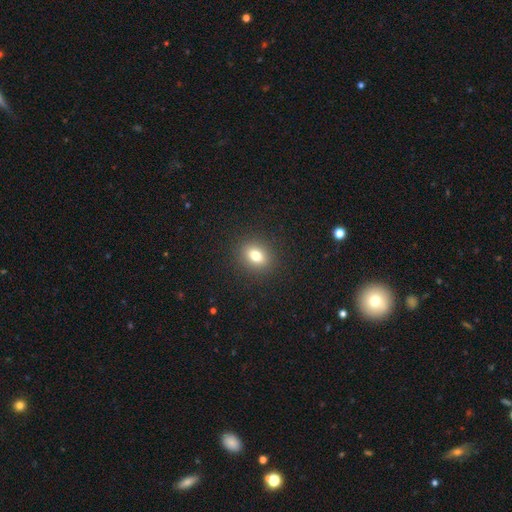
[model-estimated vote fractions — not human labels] smooth 77%, star or artifact 12%, featured or disk 10%. Down the decision tree: how rounded — in between (50%); merging — none (90%).